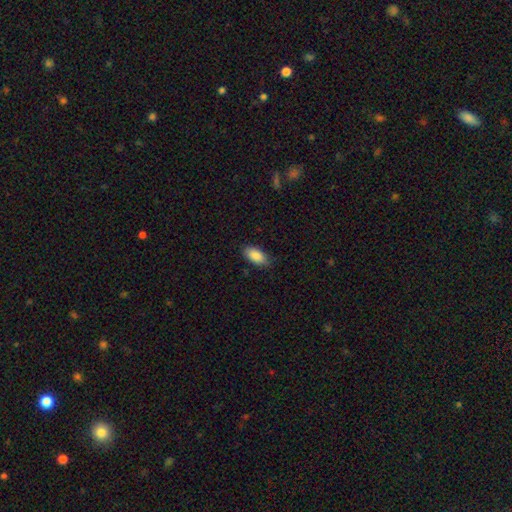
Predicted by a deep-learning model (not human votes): This is clearly a smooth galaxy (88%). How rounded: clearly in between (91%). Merging: clearly none (82%).